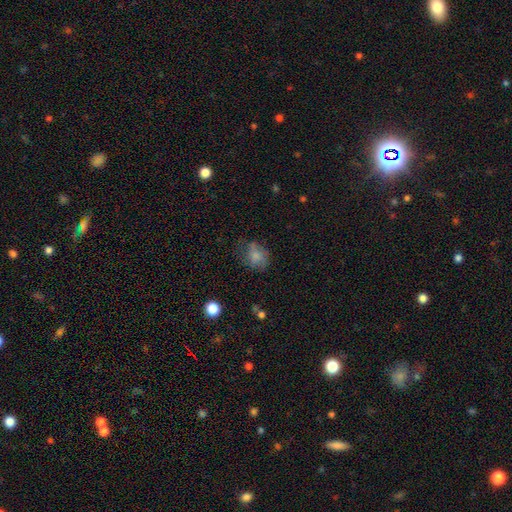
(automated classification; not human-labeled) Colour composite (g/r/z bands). It shows a smooth galaxy with no disk features (68%) that is in between round and cigar-shaped (51%). Merging: none (50%).